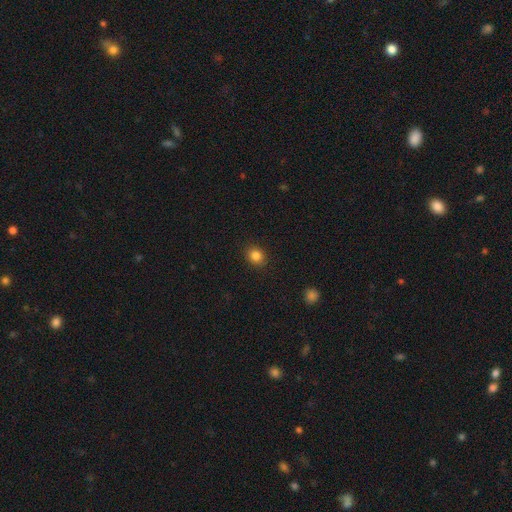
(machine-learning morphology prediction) Smooth or featured? smooth (84%)
How rounded? round (65%)
Merging? none (90%)